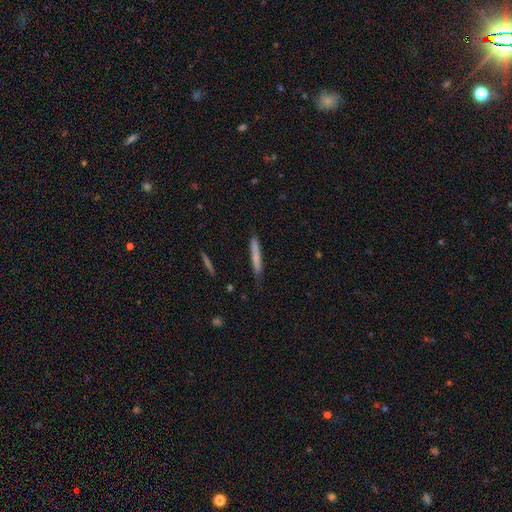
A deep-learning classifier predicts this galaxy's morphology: smooth 68%, featured or disk 25%, star or artifact 6%. Down the decision tree: how rounded — cigar-shaped (95%); merging — none (76%).